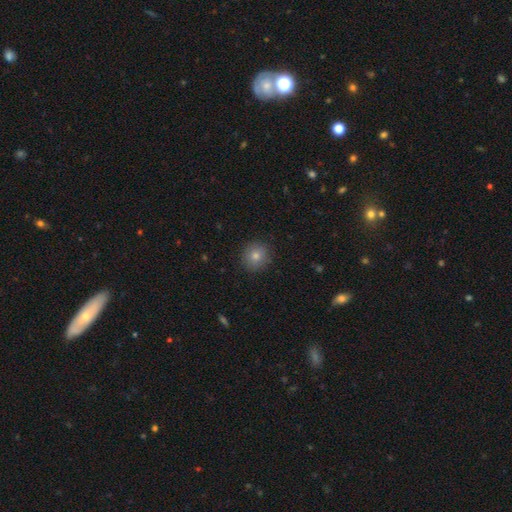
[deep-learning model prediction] smooth-or-featured: smooth: 77% | star or artifact: 13% | featured or disk: 10%
  how-rounded: round: 90% | in between: 9% | cigar-shaped: 1%
  merging: none: 90% | minor disturbance: 7% | major disturbance: 2% | merger: 1%